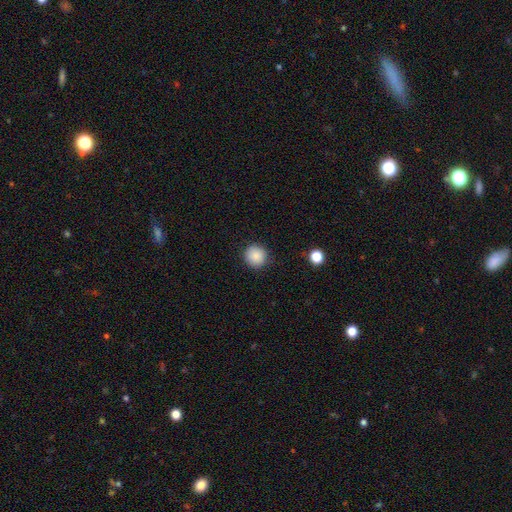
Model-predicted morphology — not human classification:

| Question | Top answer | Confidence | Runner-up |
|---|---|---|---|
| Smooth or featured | smooth | 87% | star or artifact (9%) |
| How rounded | round | 94% | in between (5%) |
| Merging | none | 89% | minor disturbance (8%) |